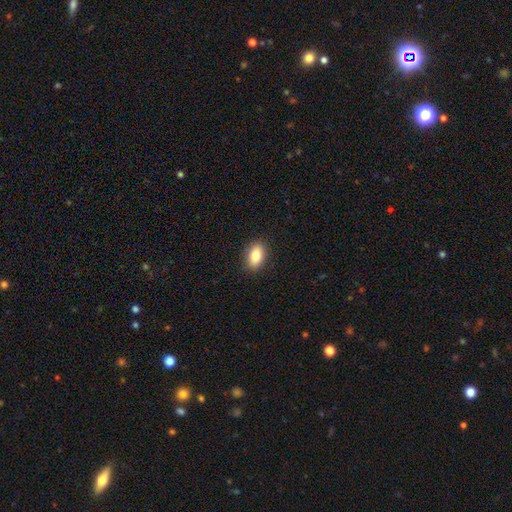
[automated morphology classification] The model was most divided on "smooth or featured": smooth: 84%, featured or disk: 8%, star or artifact: 8%. More confident: merging — none (89%); how rounded — in between (87%).